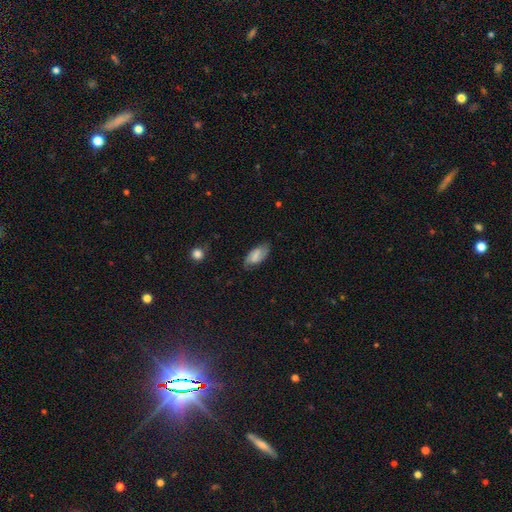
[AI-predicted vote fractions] This appears to be a smooth galaxy with no disk features (60%) that is in between round and cigar-shaped (90%). Merging: none (74%).